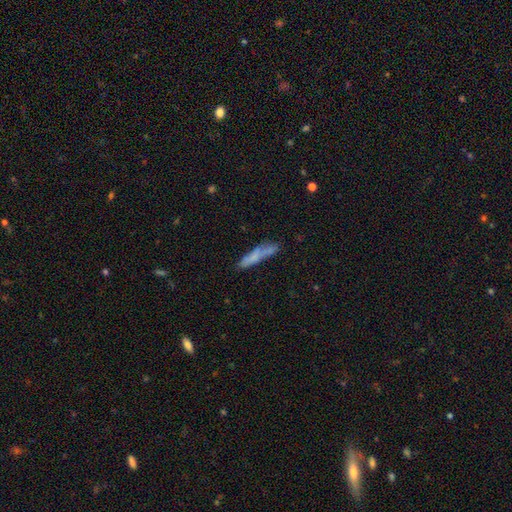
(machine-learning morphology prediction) Overall: smooth (61%; featured or disk 30%). How rounded: cigar-shaped (86%). Merging: none (64%).